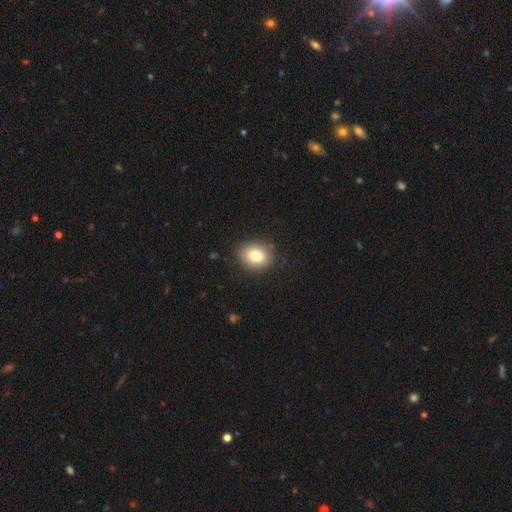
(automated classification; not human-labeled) Smooth or featured: smooth — 83% (star or artifact — 9%)
How rounded: round — 52% (in between — 47%)
Merging: none — 86% (minor disturbance — 10%)